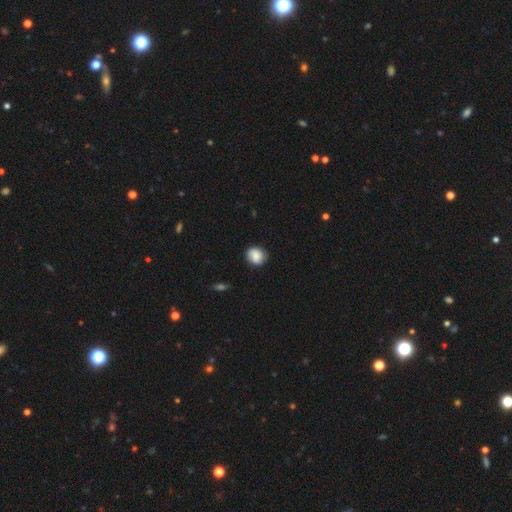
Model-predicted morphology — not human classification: Smooth or featured: smooth — 79% (featured or disk — 13%)
How rounded: round — 72% (in between — 27%)
Merging: none — 79% (minor disturbance — 16%)